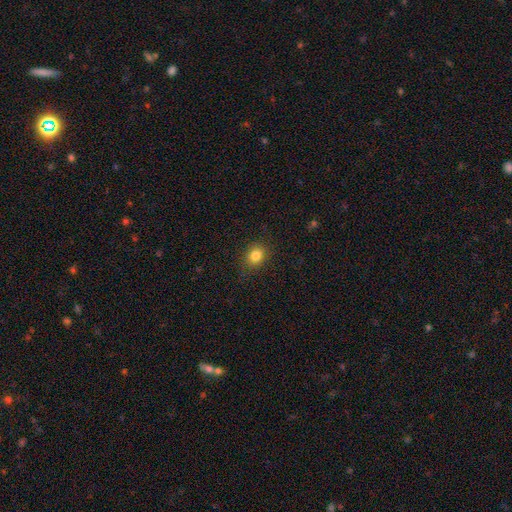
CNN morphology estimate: Smooth or featured? smooth (82%)
How rounded? round (63%)
Merging? none (85%)